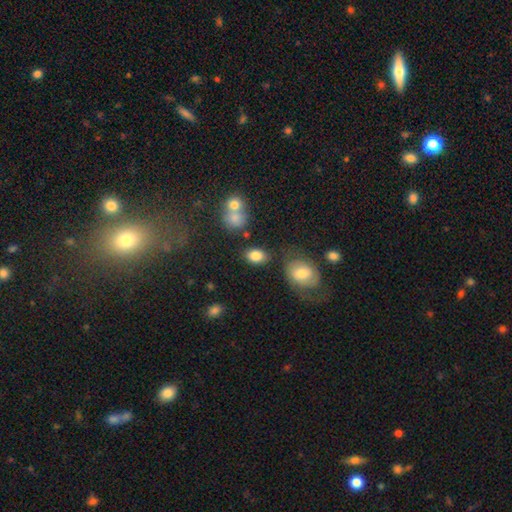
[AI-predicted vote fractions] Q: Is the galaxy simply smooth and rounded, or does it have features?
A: smooth — 84%.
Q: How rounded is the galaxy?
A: in between — 83%.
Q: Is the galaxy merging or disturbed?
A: none — 74%.